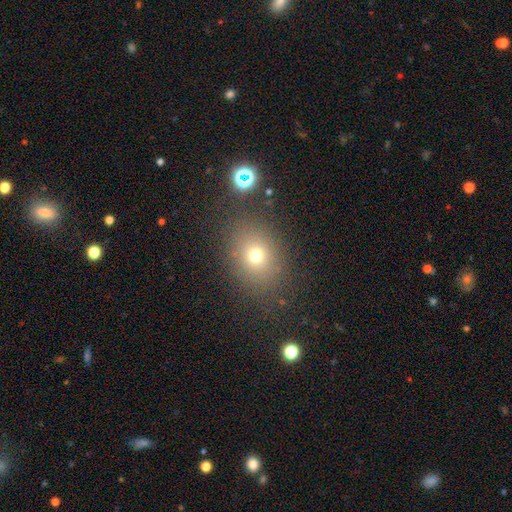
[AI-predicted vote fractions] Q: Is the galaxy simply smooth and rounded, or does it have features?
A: smooth — 69%.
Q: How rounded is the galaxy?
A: round — 53%.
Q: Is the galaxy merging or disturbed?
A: none — 80%.